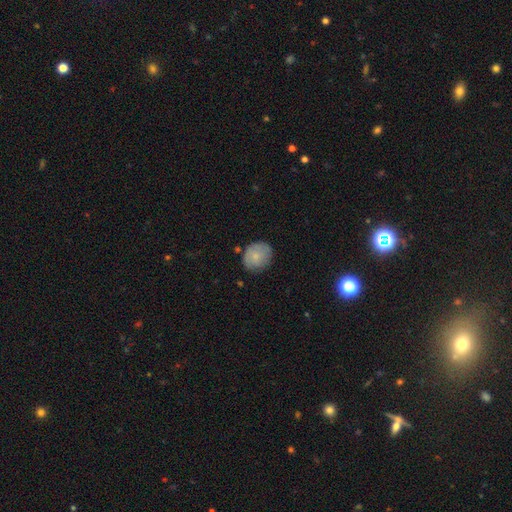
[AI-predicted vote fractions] Smooth or featured: smooth — 72% (featured or disk — 21%)
How rounded: round — 73% (in between — 26%)
Merging: none — 72% (minor disturbance — 21%)